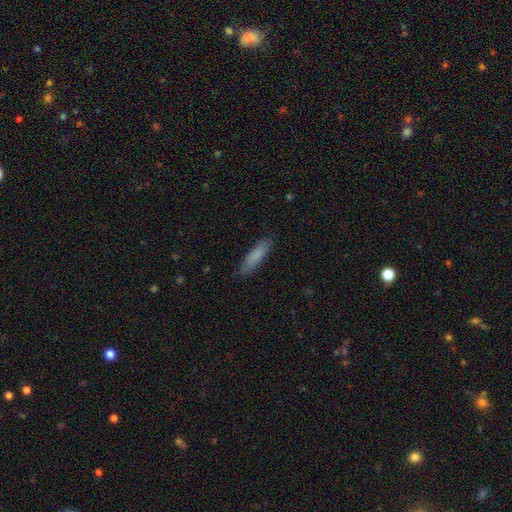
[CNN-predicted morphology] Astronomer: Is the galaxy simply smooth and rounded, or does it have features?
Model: smooth — 83%.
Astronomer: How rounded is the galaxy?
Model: cigar-shaped — 72%.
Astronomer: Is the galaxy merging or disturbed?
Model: none — 85%.